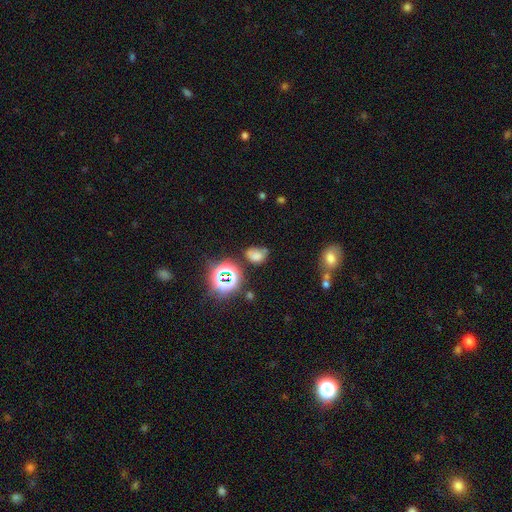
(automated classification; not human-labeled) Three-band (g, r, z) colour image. It shows a smooth galaxy with no disk features (62%) that is in between round and cigar-shaped (71%). Merging: none (46%).